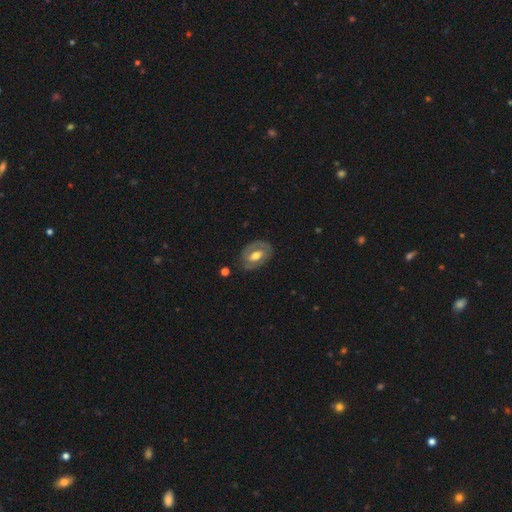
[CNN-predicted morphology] This appears to be a featured or disk galaxy (61%) with no bar (45%), spiral arms (52%) and a moderate central bulge (66%). Merging: none (75%).